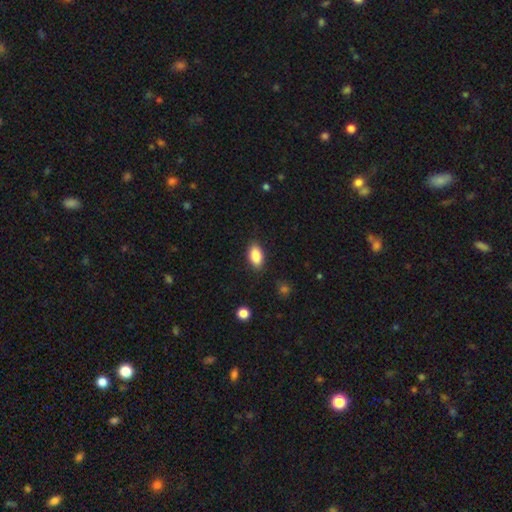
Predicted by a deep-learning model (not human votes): This is clearly a smooth galaxy (88%). How rounded: clearly in between (92%). Merging: clearly none (86%).